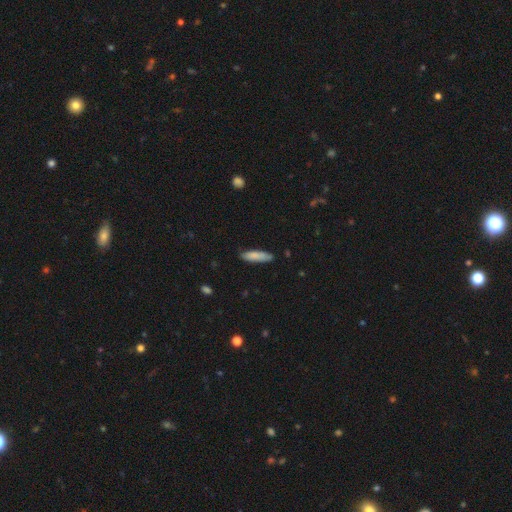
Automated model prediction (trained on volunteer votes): This appears to be a smooth galaxy with no disk features (83%) that is cigar-shaped (71%). Merging: none (82%).